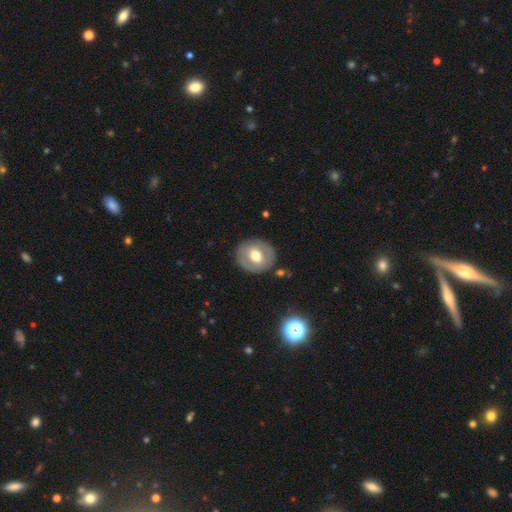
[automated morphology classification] Smooth or featured: smooth — 53% (featured or disk — 41%)
How rounded: round — 74% (in between — 25%)
Merging: none — 84% (minor disturbance — 10%)